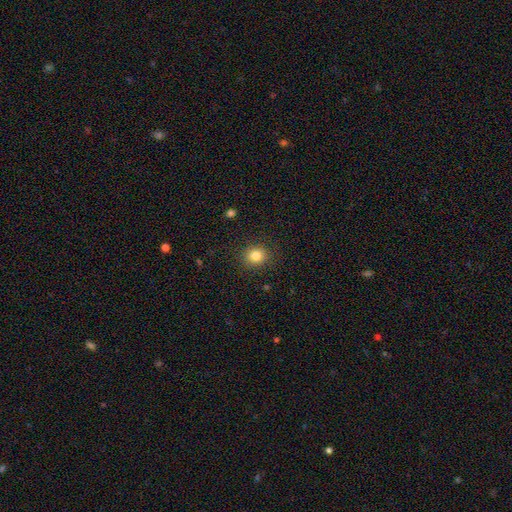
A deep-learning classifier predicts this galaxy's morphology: smooth 83%, star or artifact 11%, featured or disk 6%. Down the decision tree: how rounded — round (77%); merging — none (88%).